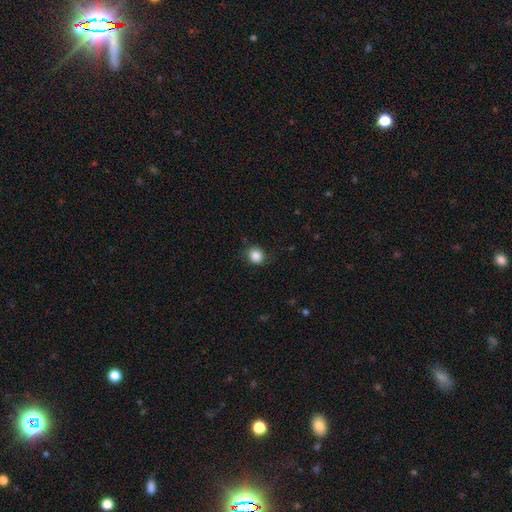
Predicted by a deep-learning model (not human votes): The model was most divided on "how rounded": round: 82%, in between: 17%, cigar-shaped: 1%. More confident: smooth or featured — smooth (86%); merging — none (82%).